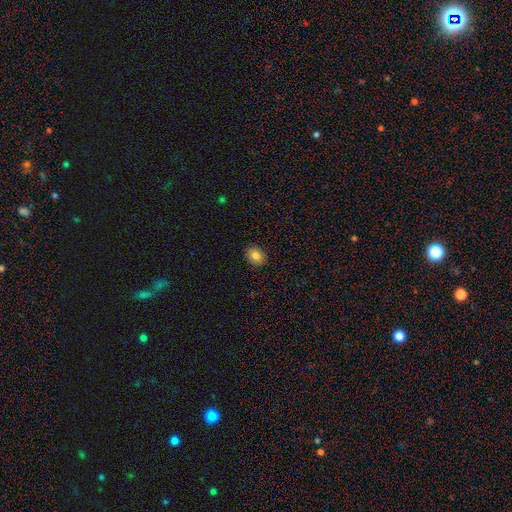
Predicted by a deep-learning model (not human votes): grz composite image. It shows a smooth galaxy with no disk features (82%) that is round (53%). Merging: none (89%).